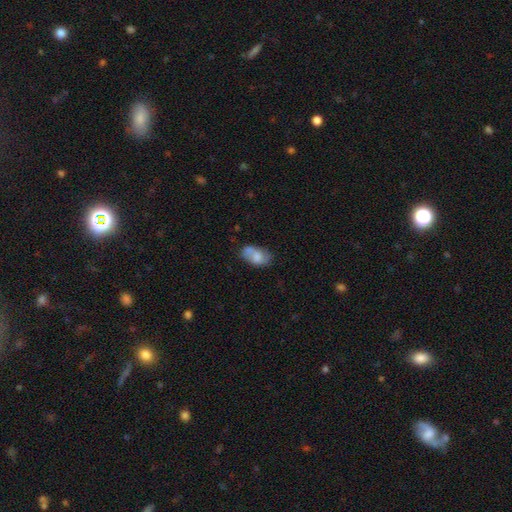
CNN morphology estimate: Smooth or featured? Predicted: smooth (p=0.62). How rounded? Predicted: in between (p=0.88). Merging? Predicted: none (p=0.41).